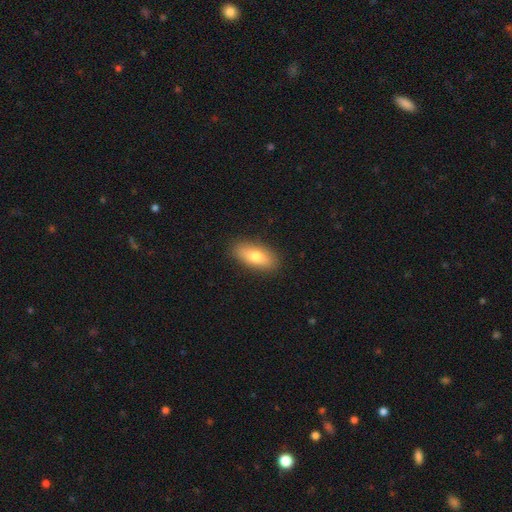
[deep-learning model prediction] smooth-or-featured: smooth: 73% | featured or disk: 20% | star or artifact: 7%
  how-rounded: in between: 80% | cigar-shaped: 16% | round: 4%
  merging: none: 88% | minor disturbance: 8% | major disturbance: 2% | merger: 1%